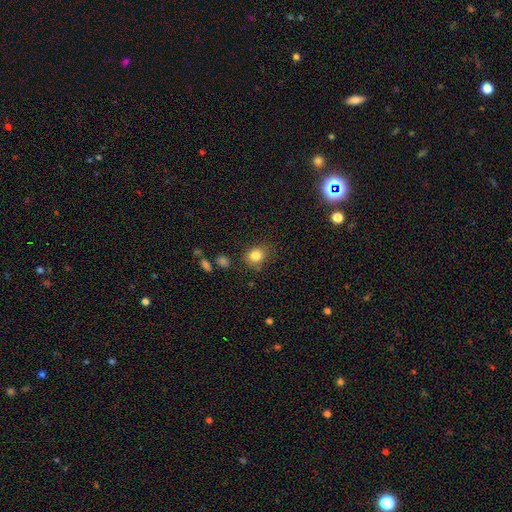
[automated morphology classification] Smooth or featured? Predicted: smooth (p=0.82). How rounded? Predicted: round (p=0.63). Merging? Predicted: none (p=0.79).